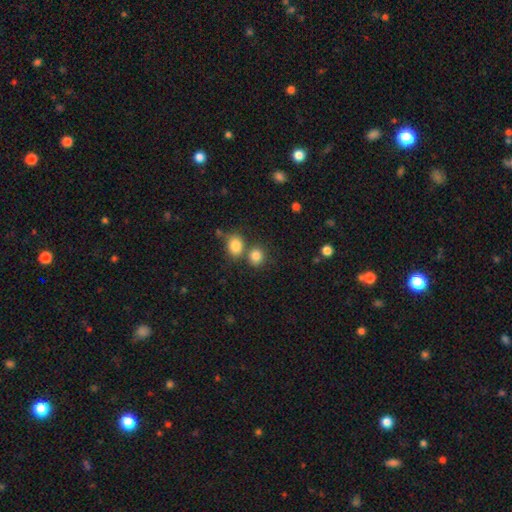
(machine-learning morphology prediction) The model was most divided on "merging": none: 60%, merger: 28%, minor disturbance: 9%, major disturbance: 3%. More confident: smooth or featured — smooth (84%); how rounded — round (76%).